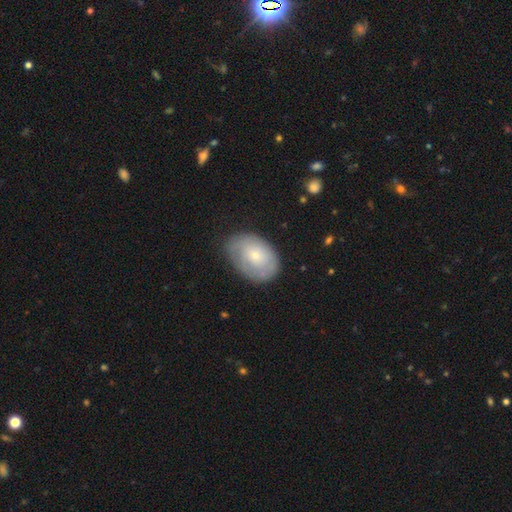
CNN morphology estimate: Smooth or featured?
  - smooth: 52% *
  - featured or disk: 42%
  - star or artifact: 7%
How rounded?
  - in between: 80% *
  - round: 19%
  - cigar-shaped: 1%
Merging?
  - none: 67% *
  - minor disturbance: 24%
  - major disturbance: 7%
  - merger: 2%